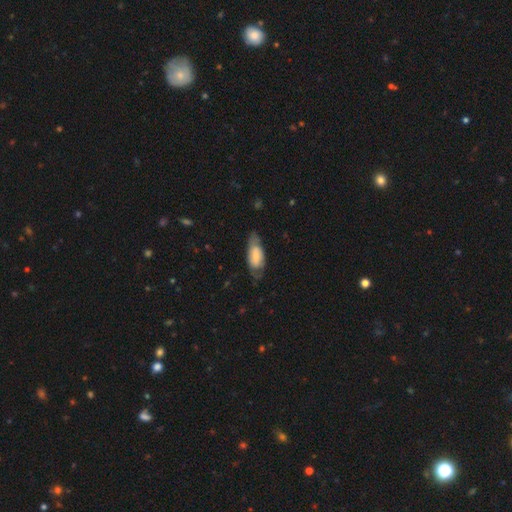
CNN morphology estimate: smooth 59%, featured or disk 35%, star or artifact 6%. Down the decision tree: how rounded — in between (85%); merging — none (54%).